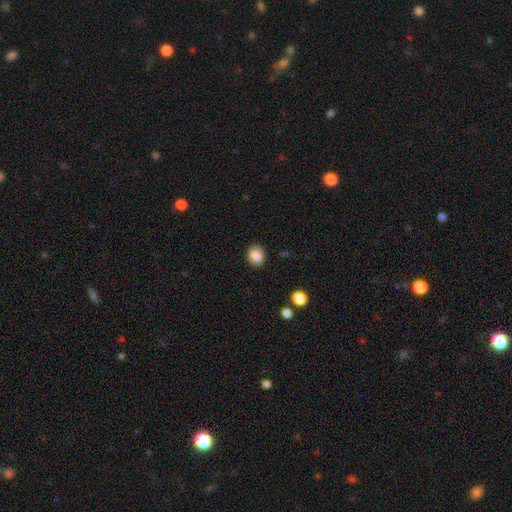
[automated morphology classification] smooth_or_featured: smooth (p=0.83) [alt: star or artifact p=0.09]
how_rounded: round (p=0.62) [alt: in between p=0.37]
merging: none (p=0.88) [alt: minor disturbance p=0.08]